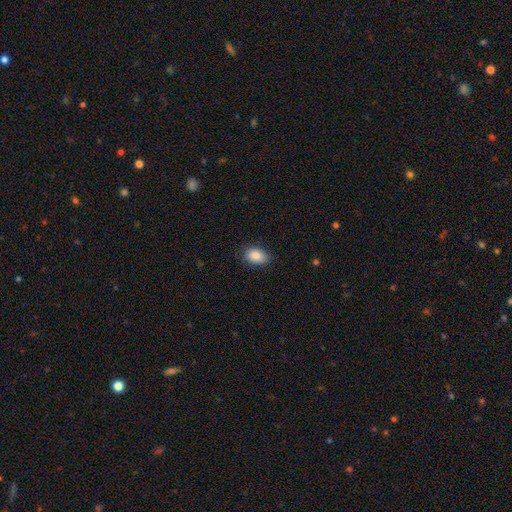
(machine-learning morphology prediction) This is clearly a smooth galaxy (88%). How rounded: clearly in between (86%). Merging: clearly none (84%).